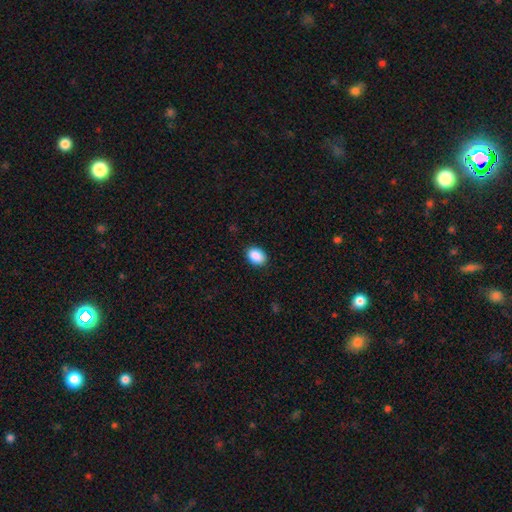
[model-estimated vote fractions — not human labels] Q: Smooth or featured?
A: smooth (89%); runner-up: star or artifact (7%)
Q: How rounded?
A: in between (81%); runner-up: round (18%)
Q: Merging?
A: none (88%); runner-up: minor disturbance (9%)